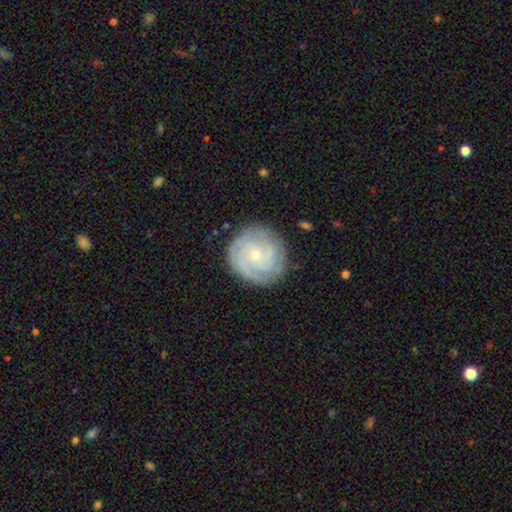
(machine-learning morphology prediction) featured or disk 80%, smooth 14%, star or artifact 6%. Down the decision tree: edge-on disk — no (98%); bar — no (74%); spiral arms — yes (95%); spiral arm count — 3 (31%); spiral winding — tight (74%); bulge size — small (78%); merging — none (84%).